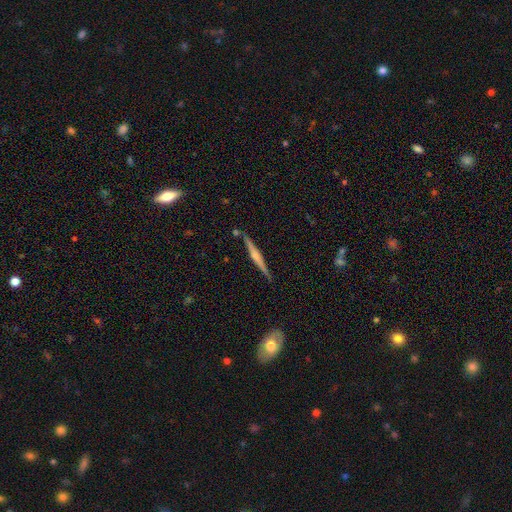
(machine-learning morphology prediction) Smooth or featured?
  - featured or disk: 71% *
  - smooth: 24%
  - star or artifact: 6%
Edge-on disk?
  - yes: 98% *
  - no: 2%
Edge-on bulge?
  - rounded: 65% *
  - boxy: 18%
  - none: 18%
Merging?
  - none: 89% *
  - minor disturbance: 8%
  - merger: 2%
  - major disturbance: 2%